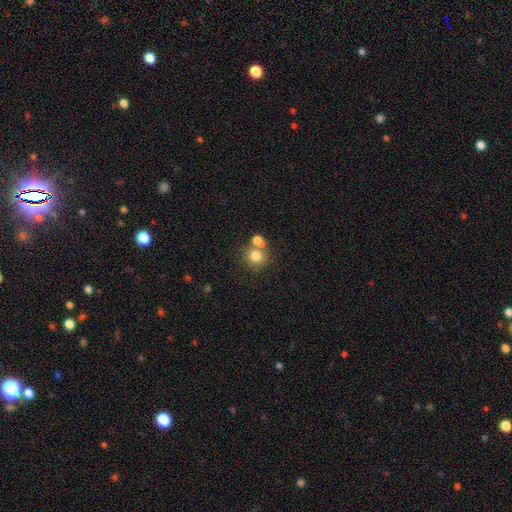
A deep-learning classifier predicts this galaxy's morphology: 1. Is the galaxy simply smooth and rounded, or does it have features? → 79% smooth, 11% star or artifact, 10% featured or disk.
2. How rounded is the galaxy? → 80% round, 19% in between, 1% cigar-shaped.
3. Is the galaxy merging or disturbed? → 50% none, 38% merger, 8% minor disturbance, 3% major disturbance.